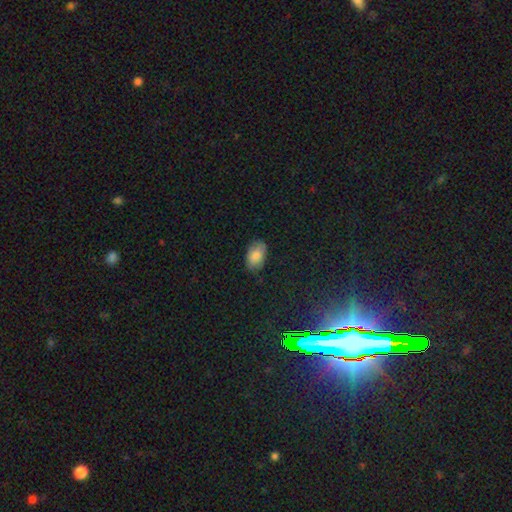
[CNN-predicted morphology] type=smooth (84%); roundness=in between (92%); merging=none (78%).